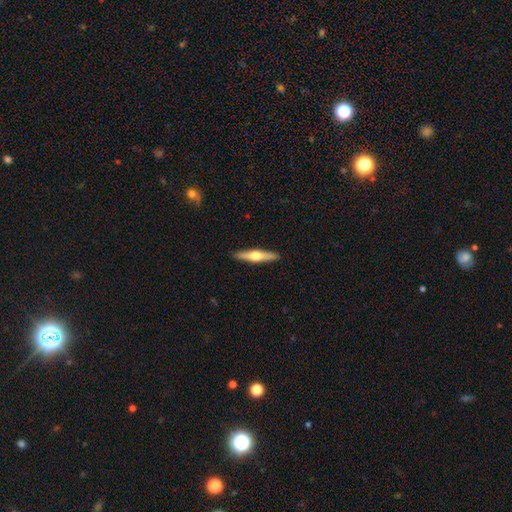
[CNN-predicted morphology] Smooth or featured: featured or disk — 55% (smooth — 40%)
Edge-on disk: yes — 95% (no — 5%)
Edge-on bulge: rounded — 93% (none — 4%)
Merging: none — 91% (minor disturbance — 6%)